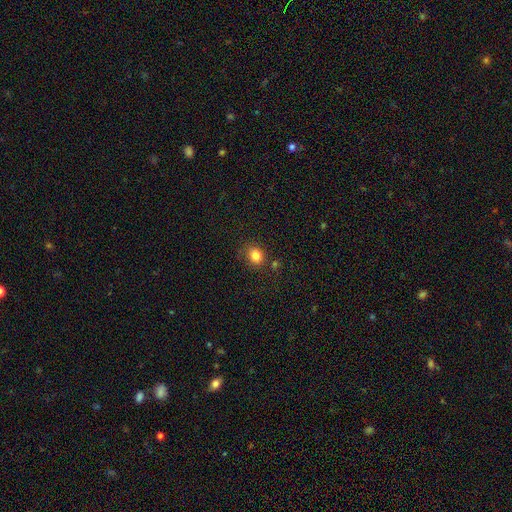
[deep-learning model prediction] Smooth or featured: smooth — 82% (star or artifact — 12%)
How rounded: round — 73% (in between — 26%)
Merging: none — 77% (minor disturbance — 13%)